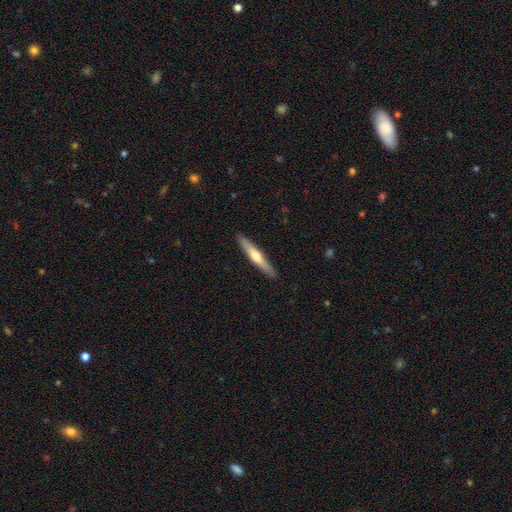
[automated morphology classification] Smooth or featured? featured or disk (51%)
Edge-on disk? yes (95%)
Merging? none (91%)